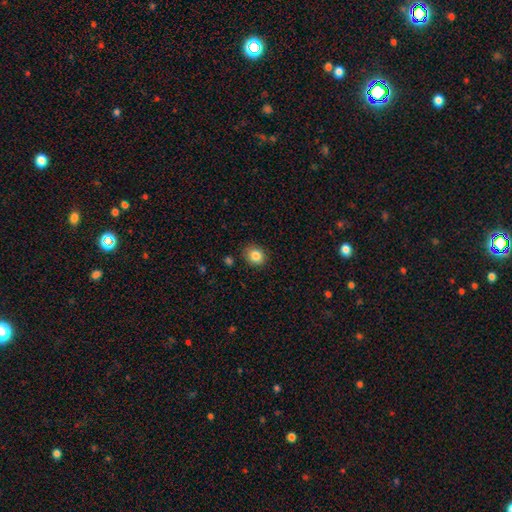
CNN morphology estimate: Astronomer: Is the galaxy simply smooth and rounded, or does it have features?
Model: smooth — 84%.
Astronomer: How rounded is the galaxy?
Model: round — 66%.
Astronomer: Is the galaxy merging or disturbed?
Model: none — 87%.